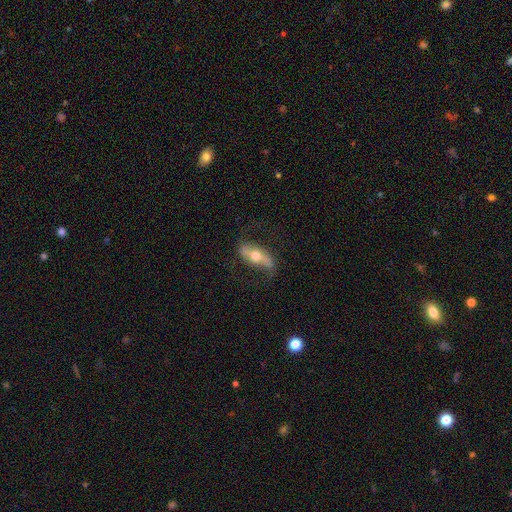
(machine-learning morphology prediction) smooth-or-featured: featured or disk: 68% | smooth: 26% | star or artifact: 6%
  disk-edge-on: no: 72% | yes: 28%
  merging: none: 72% | minor disturbance: 18% | major disturbance: 9% | merger: 2%